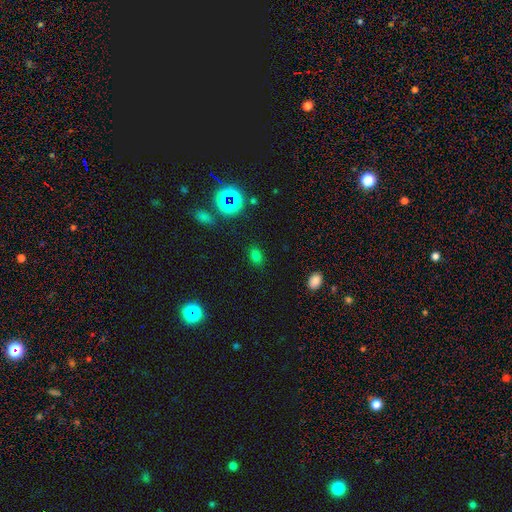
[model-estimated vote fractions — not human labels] Smooth or featured?
  - smooth: 71% *
  - star or artifact: 23%
  - featured or disk: 6%
How rounded?
  - in between: 76% *
  - round: 22%
  - cigar-shaped: 2%
Merging?
  - none: 83% *
  - minor disturbance: 11%
  - major disturbance: 4%
  - merger: 3%